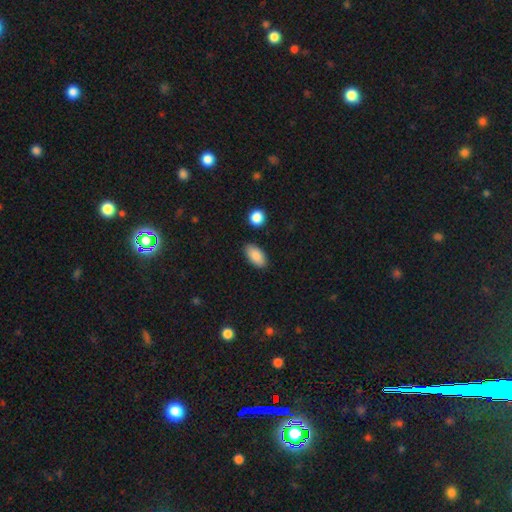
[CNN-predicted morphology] Overall: smooth (88%). How rounded: in between (94%). Merging: none (87%).